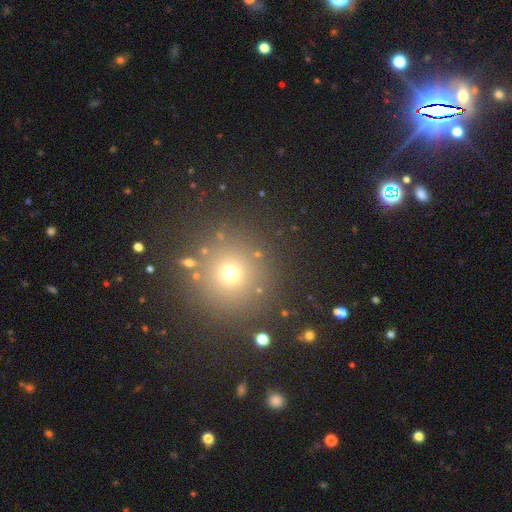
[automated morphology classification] This appears to be a smooth galaxy with no disk features (60%) that is round (95%). Merging: none (86%).